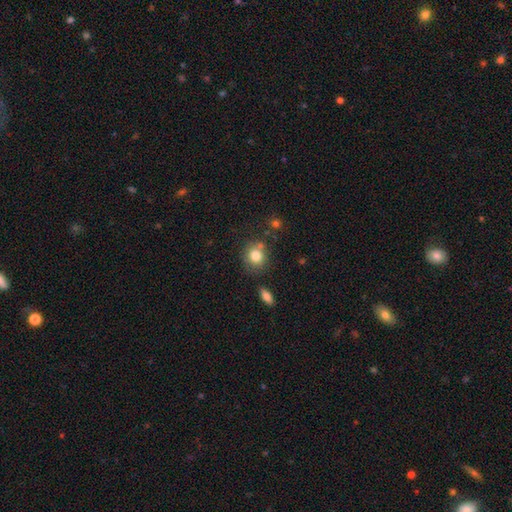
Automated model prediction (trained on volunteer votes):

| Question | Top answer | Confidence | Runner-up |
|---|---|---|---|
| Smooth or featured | smooth | 81% | star or artifact (10%) |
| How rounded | round | 80% | in between (19%) |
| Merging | none | 68% | minor disturbance (15%) |